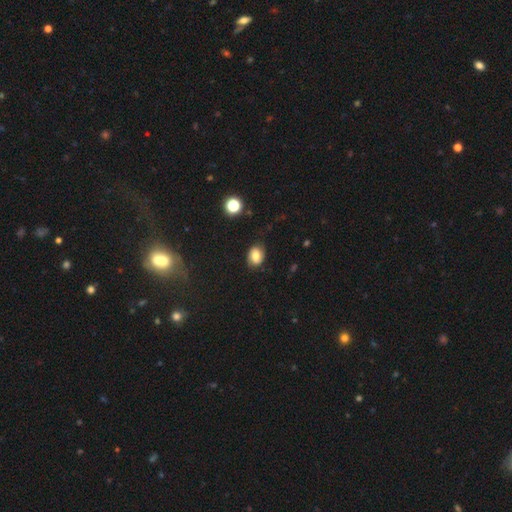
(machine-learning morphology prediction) Overall: smooth (63%; featured or disk 25%). How rounded: in between (66%; round 32%). Merging: none (79%).